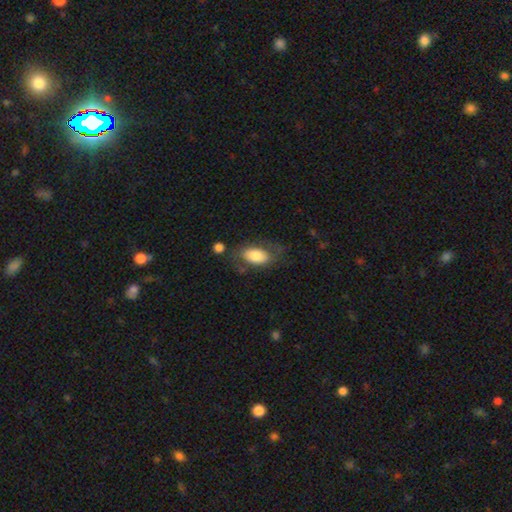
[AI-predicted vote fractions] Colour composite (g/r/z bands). It shows a smooth galaxy with no disk features (74%) that is in between round and cigar-shaped (91%). Merging: none (59%).